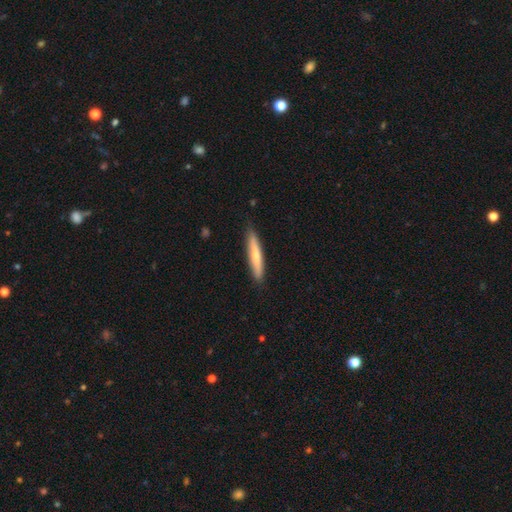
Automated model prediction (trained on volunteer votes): This appears to be a smooth galaxy with no disk features (61%) that is cigar-shaped (90%). Merging: none (88%).